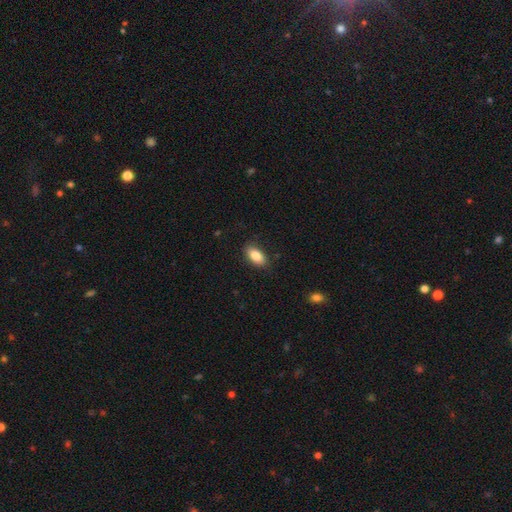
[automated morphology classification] The model was most divided on "merging": none: 84%, minor disturbance: 12%, major disturbance: 3%, merger: 1%. More confident: how rounded — in between (91%); smooth or featured — smooth (85%).